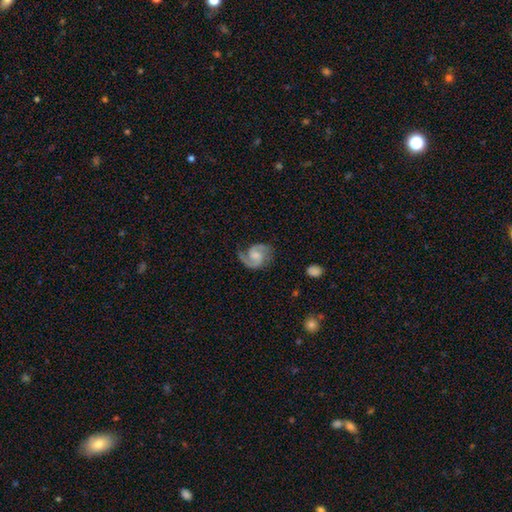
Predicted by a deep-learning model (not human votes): smooth_or_featured: featured or disk (p=0.89) [alt: smooth p=0.06]
disk_edge_on: no (p=0.98) [alt: yes p=0.02]
bar: no (p=0.48) [alt: weak p=0.44]
has_spiral_arms: yes (p=0.98) [alt: no p=0.02]
spiral_winding: medium (p=0.55) [alt: tight p=0.29]
spiral_arm_count: 2 (p=0.90) [alt: 1 p=0.04]
bulge_size: moderate (p=0.41) [alt: small p=0.37]
merging: none (p=0.73) [alt: minor disturbance p=0.18]